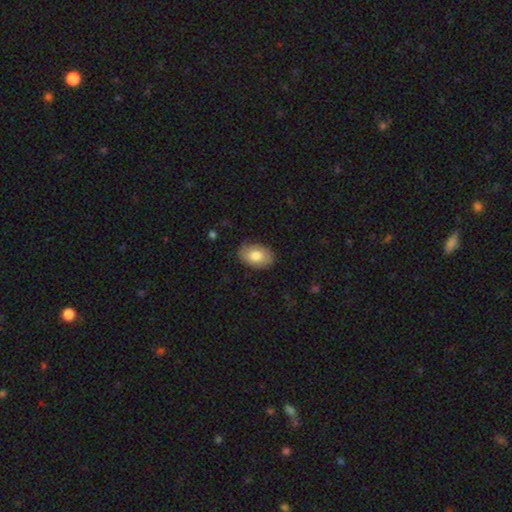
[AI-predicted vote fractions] smooth 79%, featured or disk 15%, star or artifact 6%. Down the decision tree: how rounded — in between (89%); merging — none (83%).